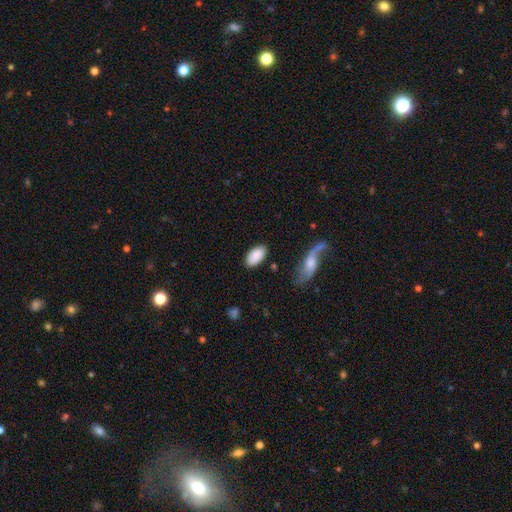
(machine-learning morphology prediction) Smooth or featured?
  - smooth: 86% *
  - featured or disk: 8%
  - star or artifact: 6%
How rounded?
  - in between: 95% *
  - round: 3%
  - cigar-shaped: 2%
Merging?
  - none: 80% *
  - minor disturbance: 12%
  - major disturbance: 4%
  - merger: 4%